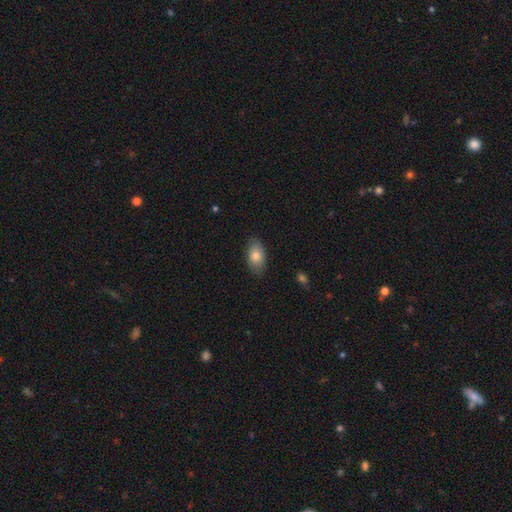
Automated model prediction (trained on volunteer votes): Smooth or featured? smooth (79%)
How rounded? in between (92%)
Merging? none (83%)